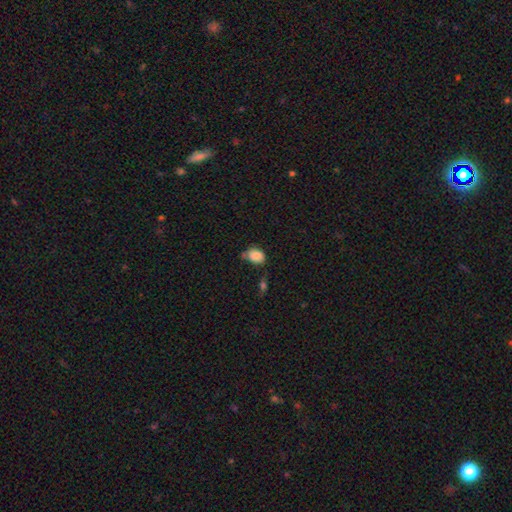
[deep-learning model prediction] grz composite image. It shows a smooth galaxy with no disk features (85%) that is in between round and cigar-shaped (76%). Merging: none (47%).